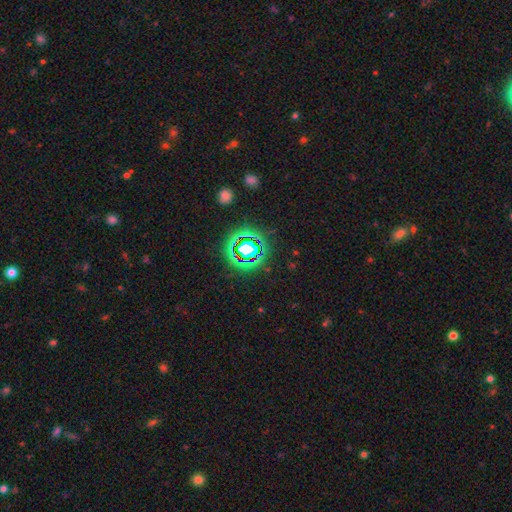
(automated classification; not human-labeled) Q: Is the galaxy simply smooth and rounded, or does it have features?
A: star or artifact — 77%.